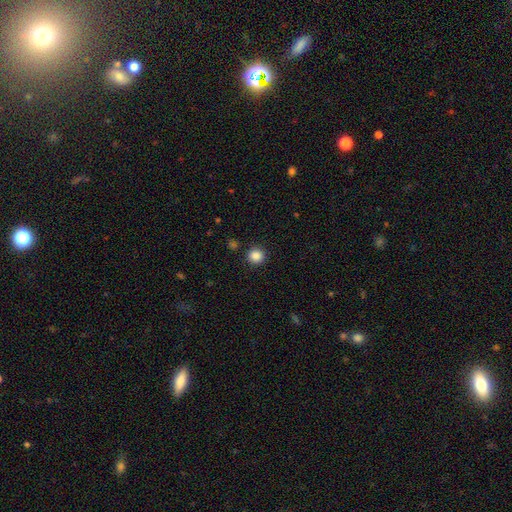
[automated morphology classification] Smooth or featured? smooth (86%)
How rounded? round (94%)
Merging? none (91%)